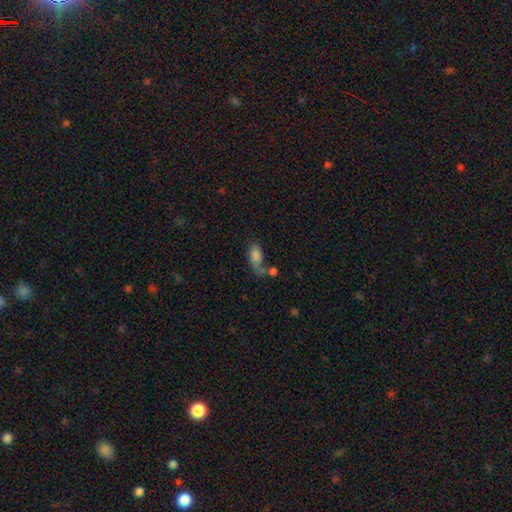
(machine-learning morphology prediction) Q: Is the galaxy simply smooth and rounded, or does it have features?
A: smooth — 71%.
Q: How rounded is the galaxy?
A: in between — 84%.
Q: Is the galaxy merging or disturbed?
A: none — 35%.